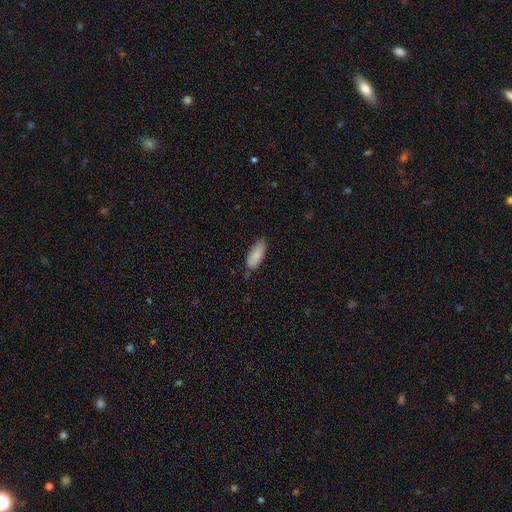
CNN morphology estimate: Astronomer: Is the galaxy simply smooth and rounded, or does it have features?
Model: smooth — 85%.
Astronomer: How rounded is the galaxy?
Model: in between — 84%.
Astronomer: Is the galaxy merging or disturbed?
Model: none — 69%.